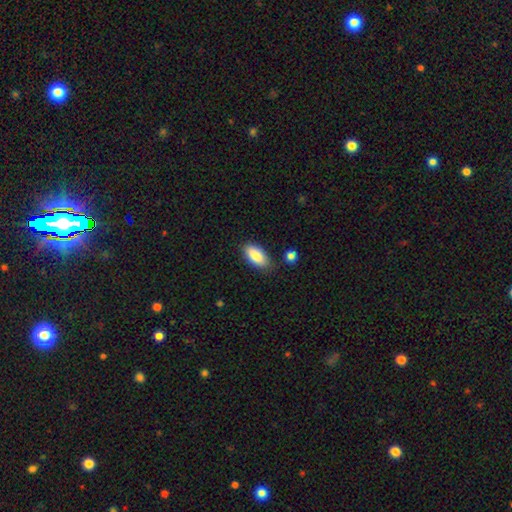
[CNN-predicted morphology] Q: Smooth or featured?
A: smooth (87%); runner-up: featured or disk (7%)
Q: How rounded?
A: in between (90%); runner-up: cigar-shaped (8%)
Q: Merging?
A: none (80%); runner-up: minor disturbance (14%)